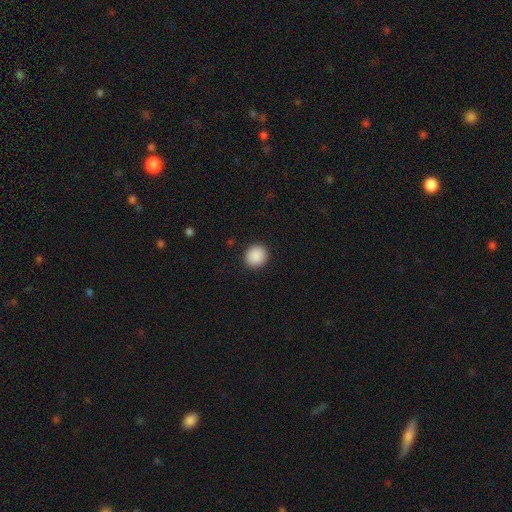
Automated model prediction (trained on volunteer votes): The model was most divided on "how rounded": round: 88%, in between: 11%, cigar-shaped: 1%. More confident: merging — none (92%); smooth or featured — smooth (90%).